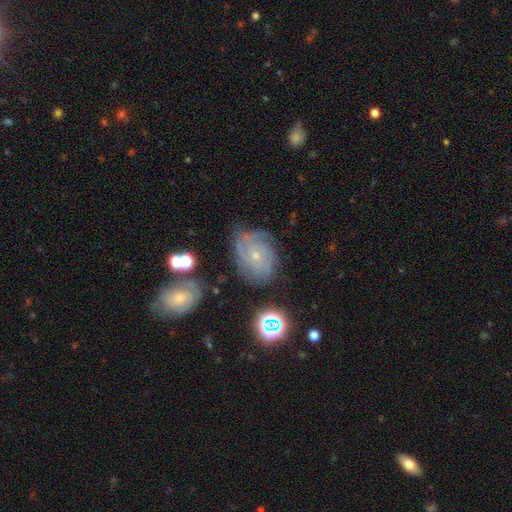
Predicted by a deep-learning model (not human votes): A featured or disk galaxy (77%) with no bar (75%), tight (66%) spiral arms (95%) and a small central bulge (70%). Merging: none (68%).